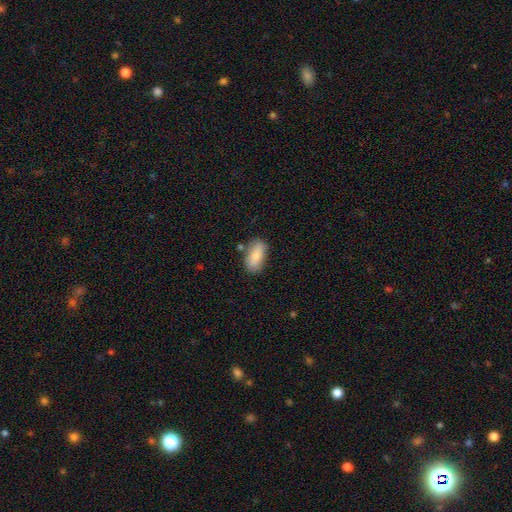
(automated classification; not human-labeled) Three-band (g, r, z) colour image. It shows a smooth galaxy with no disk features (84%) that is in between round and cigar-shaped (88%). Merging: none (75%).